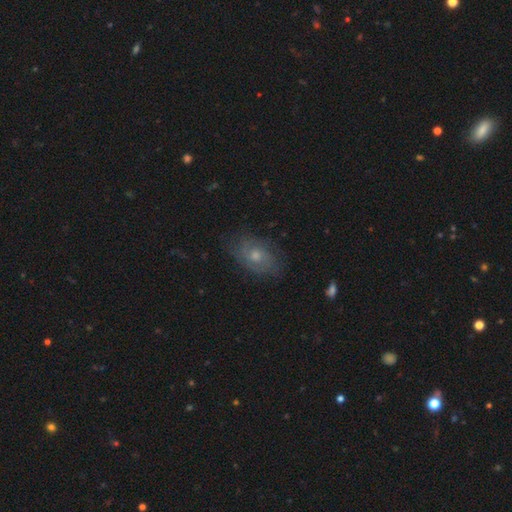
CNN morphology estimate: type=featured or disk (50%); merging=none (73%).